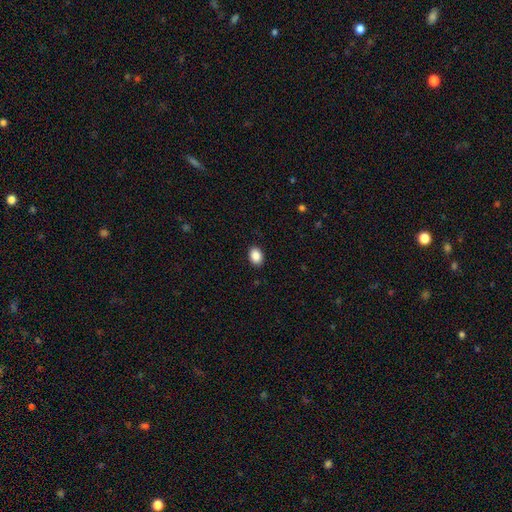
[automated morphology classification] This appears to be a smooth galaxy with no disk features (89%) that is in between round and cigar-shaped (77%). Merging: none (90%).